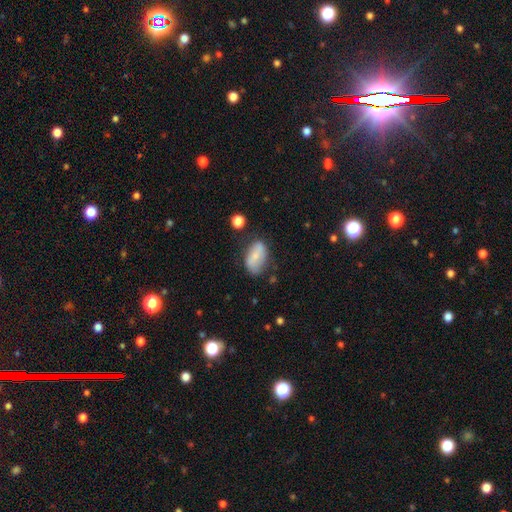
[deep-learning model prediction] Morphology: type=smooth (69%); roundness=in between (92%); merging=none (65%).